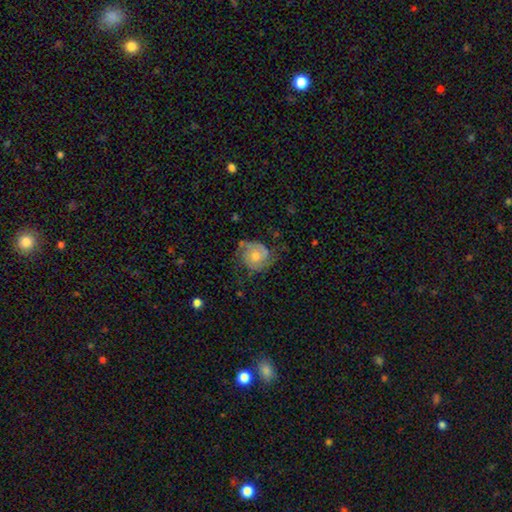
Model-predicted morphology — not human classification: Smooth or featured? featured or disk (65%)
Edge-on disk? no (97%)
Bar? no (78%)
Spiral arms? yes (87%)
Spiral winding? tight (48%)
Spiral arm count? 2 (65%)
Bulge size? moderate (61%)
Merging? none (64%)